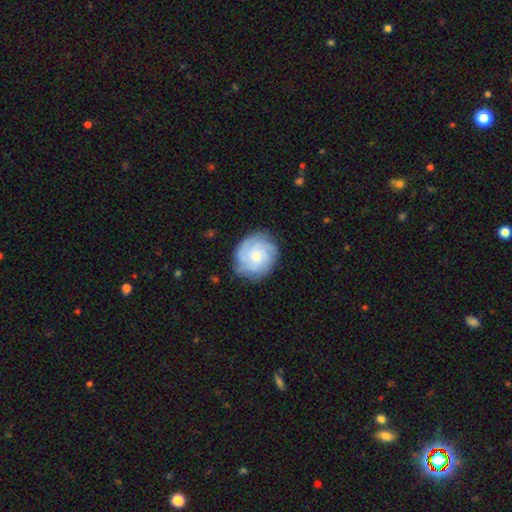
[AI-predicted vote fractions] smooth_or_featured: featured or disk (p=0.64) [alt: smooth p=0.29]
disk_edge_on: no (p=0.98) [alt: yes p=0.02]
bar: no (p=0.79) [alt: weak p=0.19]
has_spiral_arms: yes (p=0.89) [alt: no p=0.11]
spiral_winding: tight (p=0.65) [alt: medium p=0.26]
spiral_arm_count: can't tell (p=0.43) [alt: 4 p=0.18]
bulge_size: small (p=0.51) [alt: moderate p=0.44]
merging: none (p=0.78) [alt: minor disturbance p=0.16]